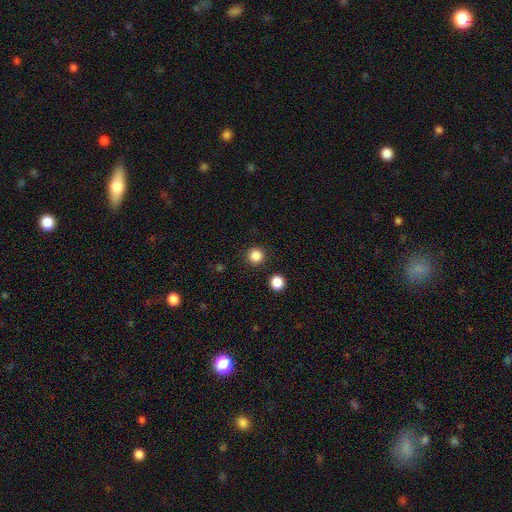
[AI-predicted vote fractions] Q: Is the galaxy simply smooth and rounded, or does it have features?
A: smooth — 85%.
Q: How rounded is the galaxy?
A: round — 95%.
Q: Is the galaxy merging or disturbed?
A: none — 91%.